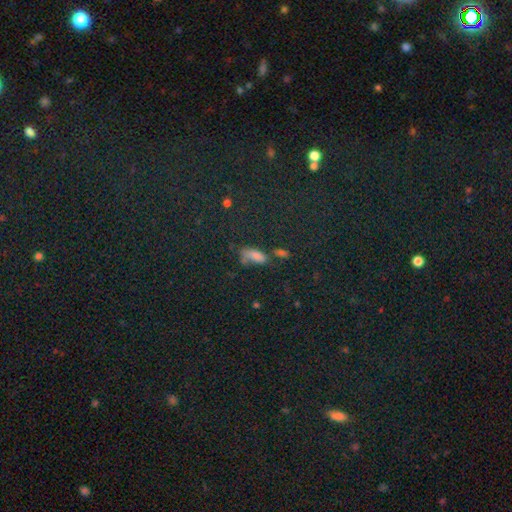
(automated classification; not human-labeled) Smooth or featured? star or artifact (43%, tied with smooth)